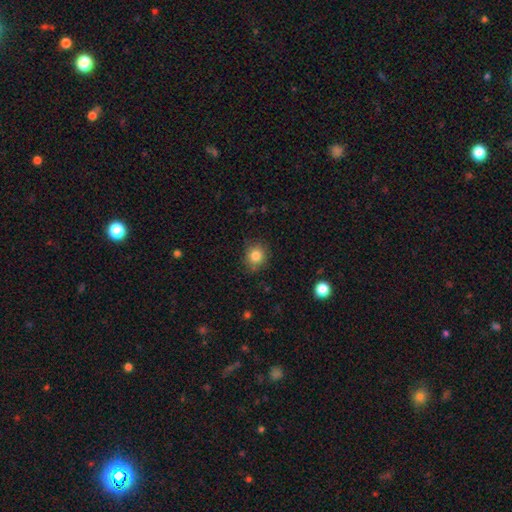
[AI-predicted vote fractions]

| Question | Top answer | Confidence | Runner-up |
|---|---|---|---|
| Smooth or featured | smooth | 84% | star or artifact (10%) |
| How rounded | round | 81% | in between (18%) |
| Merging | none | 82% | minor disturbance (14%) |